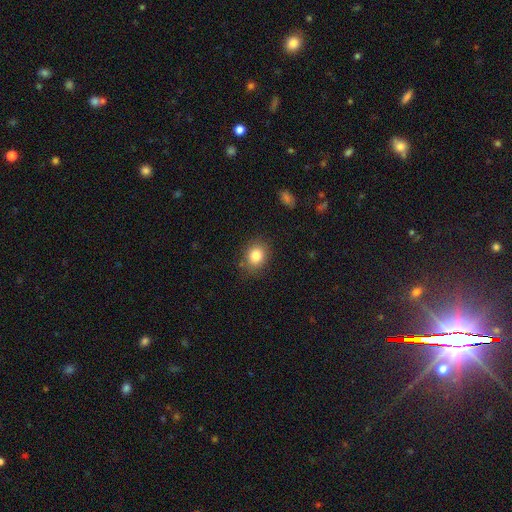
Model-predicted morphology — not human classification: A smooth galaxy with no disk features (82%) that is round (59%).

Vote fractions:
- Smooth or featured? smooth: 82% / star or artifact: 10% / featured or disk: 8%
- How rounded? round: 59% / in between: 40% / cigar-shaped: 1%
- Merging? none: 83% / minor disturbance: 12% / major disturbance: 3% / merger: 2%